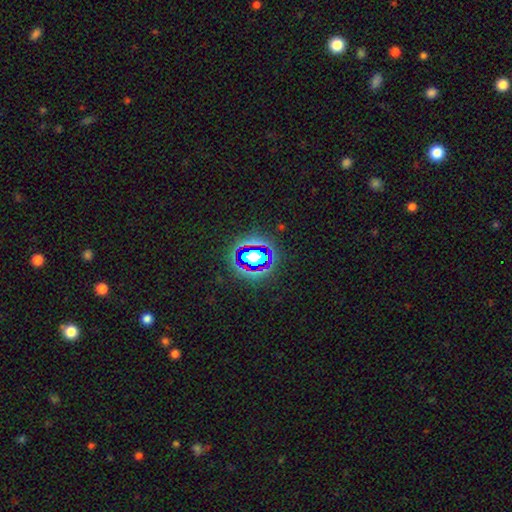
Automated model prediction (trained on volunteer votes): Smooth or featured? star or artifact (57%)